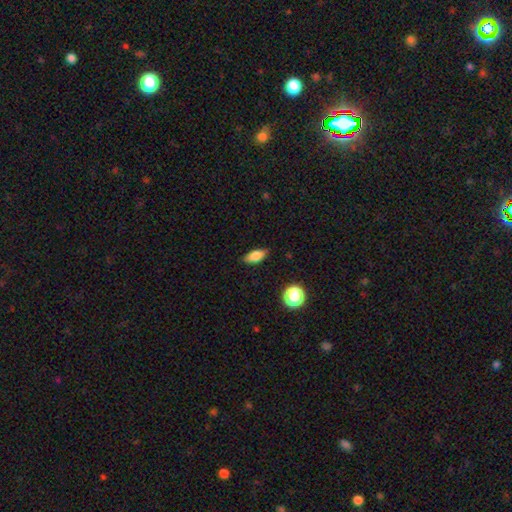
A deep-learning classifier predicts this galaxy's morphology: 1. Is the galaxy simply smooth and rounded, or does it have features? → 79% smooth, 12% featured or disk, 9% star or artifact.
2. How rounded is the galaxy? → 80% in between, 14% cigar-shaped, 6% round.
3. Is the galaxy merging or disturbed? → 83% none, 13% minor disturbance, 3% major disturbance, 1% merger.